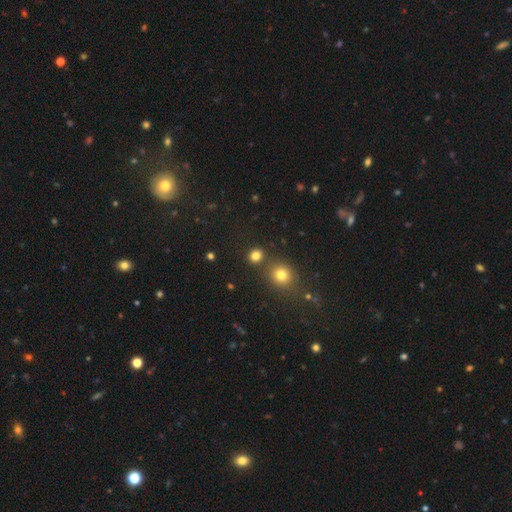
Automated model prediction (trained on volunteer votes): Overall: smooth (80%). How rounded: round (73%). Merging: none (78%).